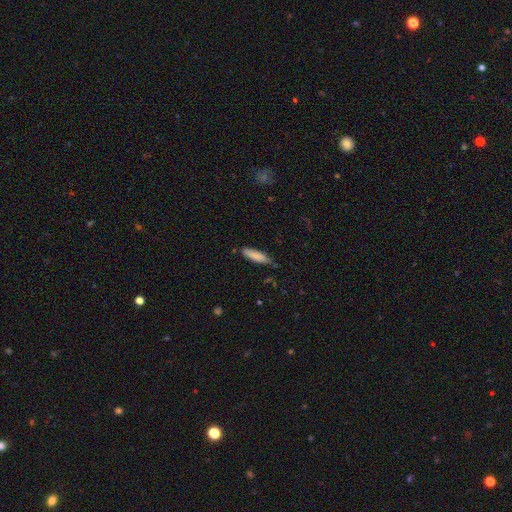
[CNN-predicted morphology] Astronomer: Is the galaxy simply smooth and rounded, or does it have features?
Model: smooth — 85%.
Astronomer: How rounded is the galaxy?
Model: cigar-shaped — 68%.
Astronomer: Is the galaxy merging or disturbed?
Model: none — 76%.